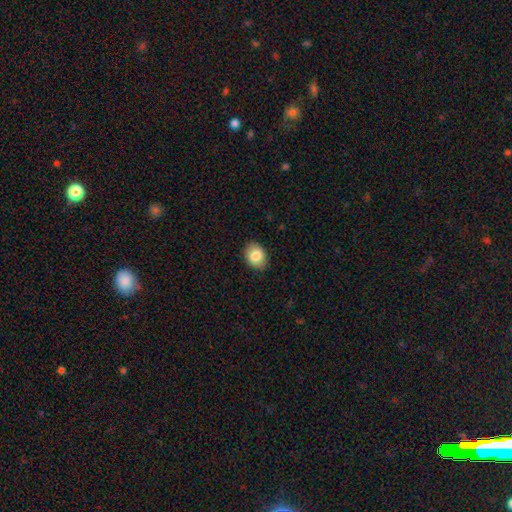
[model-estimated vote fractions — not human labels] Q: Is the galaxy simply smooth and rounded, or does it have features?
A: smooth — 83%.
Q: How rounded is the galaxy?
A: in between — 63%.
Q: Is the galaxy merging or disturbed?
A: none — 87%.